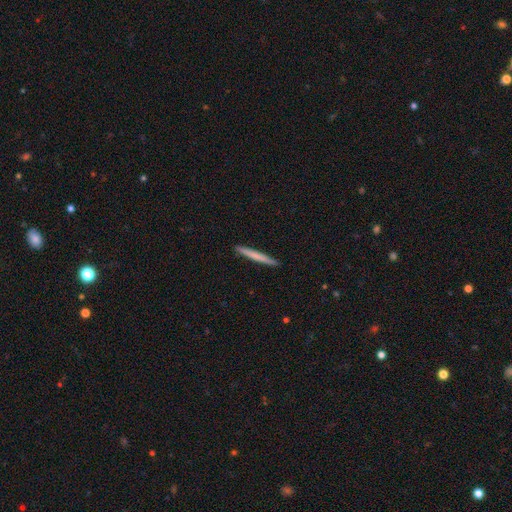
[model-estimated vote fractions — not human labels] A smooth galaxy with no disk features (64%) that is cigar-shaped (97%). Merging: none (92%).